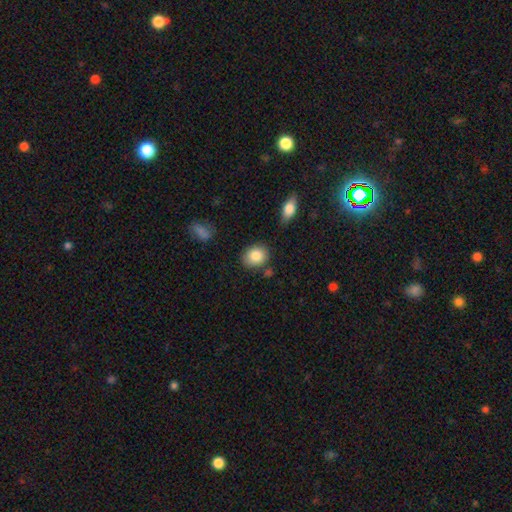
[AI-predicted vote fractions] This appears to be a smooth galaxy with no disk features (84%) that is round (55%). Merging: none (81%).